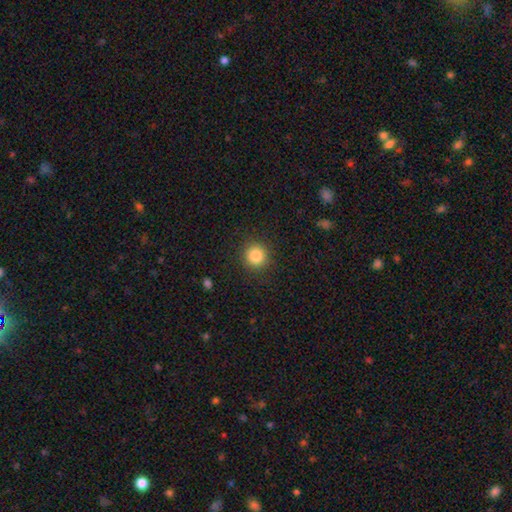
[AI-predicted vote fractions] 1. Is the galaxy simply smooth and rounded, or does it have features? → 85% smooth, 10% star or artifact, 5% featured or disk.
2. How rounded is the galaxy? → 93% round, 6% in between, 1% cigar-shaped.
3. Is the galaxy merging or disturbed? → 90% none, 6% minor disturbance, 3% major disturbance, 1% merger.